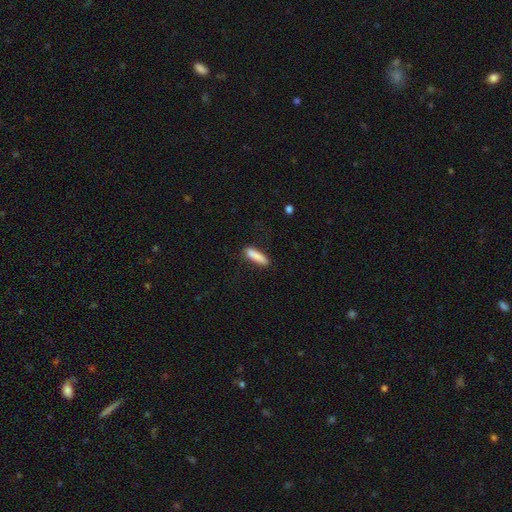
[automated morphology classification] smooth_or_featured: smooth (p=0.85) [alt: featured or disk p=0.09]
how_rounded: cigar-shaped (p=0.71) [alt: in between p=0.27]
merging: none (p=0.76) [alt: minor disturbance p=0.16]